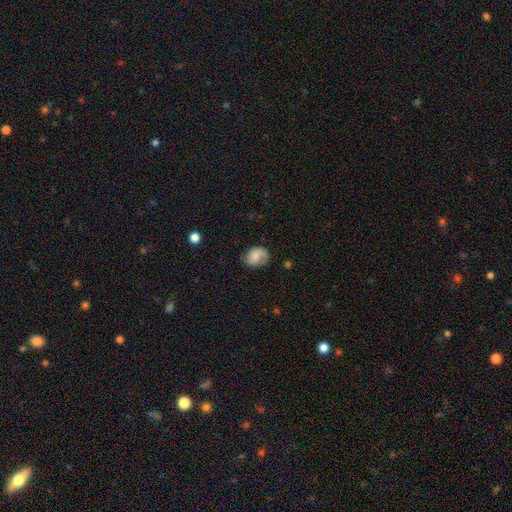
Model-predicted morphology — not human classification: Q: Smooth or featured?
A: smooth (51%); runner-up: featured or disk (40%)
Q: How rounded?
A: in between (54%); runner-up: round (45%)
Q: Merging?
A: none (61%); runner-up: minor disturbance (25%)